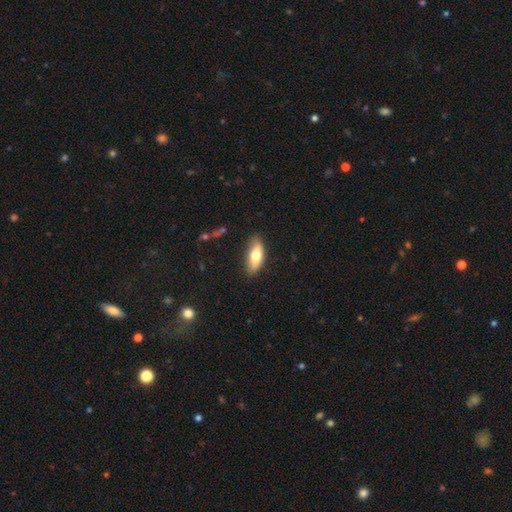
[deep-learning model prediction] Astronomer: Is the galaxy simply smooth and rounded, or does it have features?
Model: smooth — 70%.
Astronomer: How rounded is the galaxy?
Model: in between — 77%.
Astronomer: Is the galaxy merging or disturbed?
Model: none — 78%.